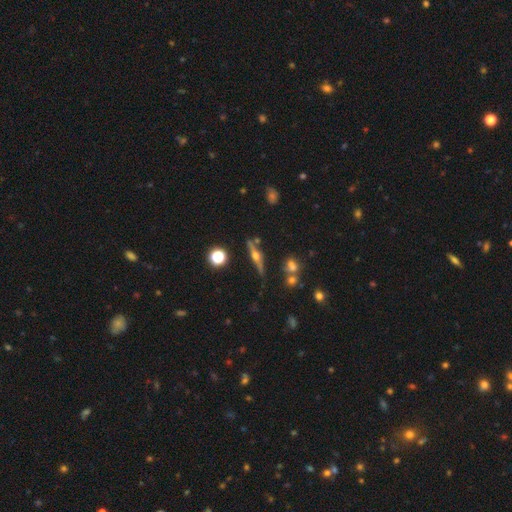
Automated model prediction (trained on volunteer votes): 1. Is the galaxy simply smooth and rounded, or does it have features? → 74% featured or disk, 18% smooth, 9% star or artifact.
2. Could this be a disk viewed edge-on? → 96% yes, 4% no.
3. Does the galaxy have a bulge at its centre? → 95% rounded, 3% boxy, 2% none.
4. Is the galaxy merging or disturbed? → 77% none, 12% minor disturbance, 7% merger, 4% major disturbance.